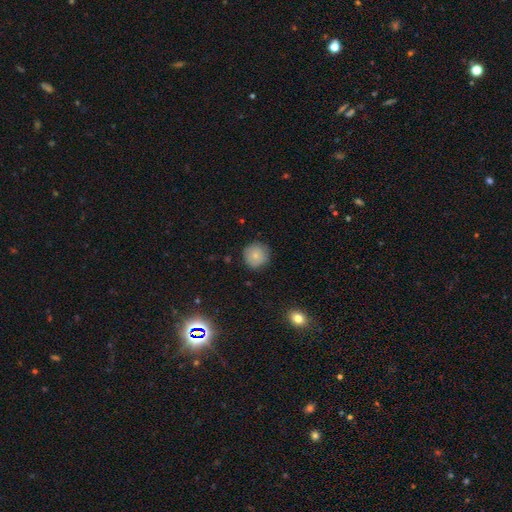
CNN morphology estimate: smooth 78%, featured or disk 12%, star or artifact 9%. Down the decision tree: how rounded — round (94%); merging — none (85%).